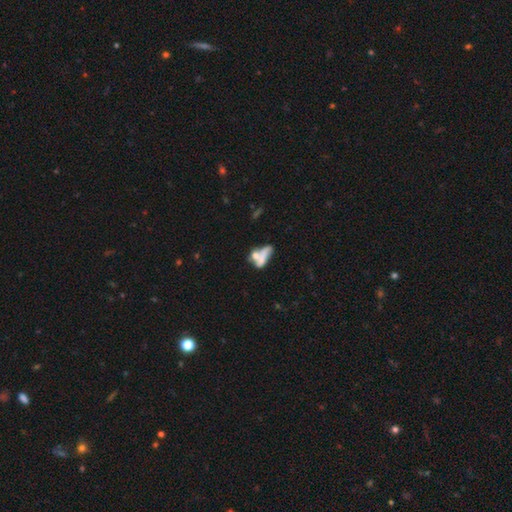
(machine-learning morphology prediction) Overall: smooth (54%; featured or disk 35%). How rounded: in between (66%). Merging: merger (51%; none 23%).